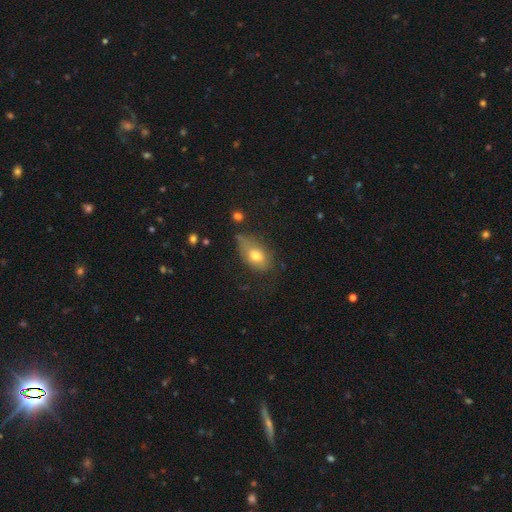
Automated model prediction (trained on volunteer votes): Smooth or featured? Predicted: smooth (p=0.72). How rounded? Predicted: in between (p=0.85). Merging? Predicted: none (p=0.48).